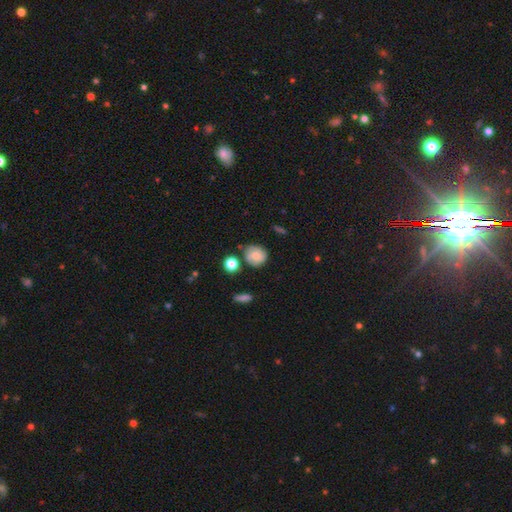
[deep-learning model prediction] Smooth or featured? smooth (52%)
How rounded? round (80%)
Merging? none (68%)